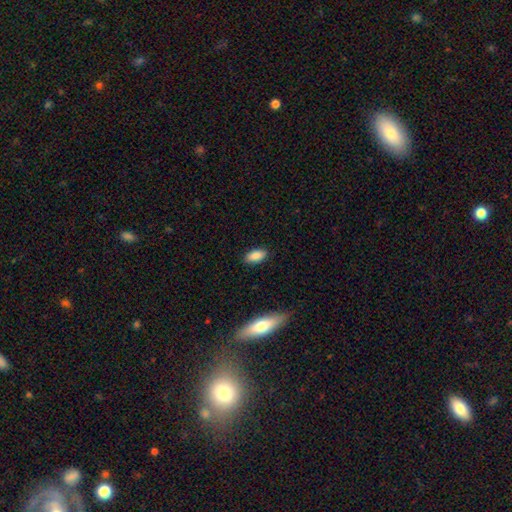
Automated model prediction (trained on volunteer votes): This appears to be a smooth galaxy with no disk features (87%) that is in between round and cigar-shaped (90%). Merging: none (87%).